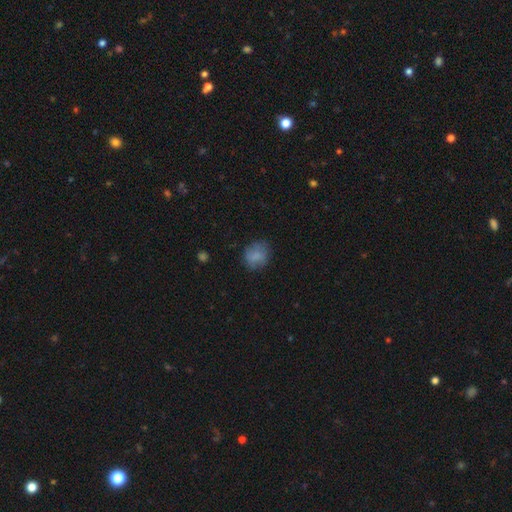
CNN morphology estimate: Q: Smooth or featured?
A: smooth (76%); runner-up: featured or disk (14%)
Q: How rounded?
A: round (69%); runner-up: in between (30%)
Q: Merging?
A: none (70%); runner-up: minor disturbance (21%)